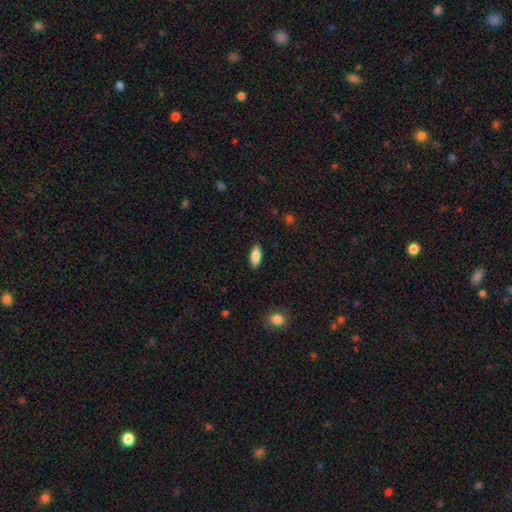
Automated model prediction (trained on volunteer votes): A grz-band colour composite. It shows a smooth galaxy with no disk features (81%) that is in between round and cigar-shaped (81%). Merging: none (88%).